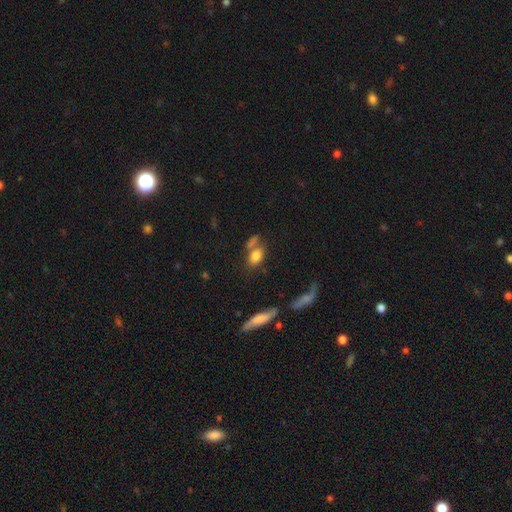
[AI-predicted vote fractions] smooth-or-featured: smooth: 78% | featured or disk: 12% | star or artifact: 11%
  how-rounded: in between: 77% | round: 18% | cigar-shaped: 5%
  merging: none: 47% | merger: 29% | minor disturbance: 15% | major disturbance: 8%